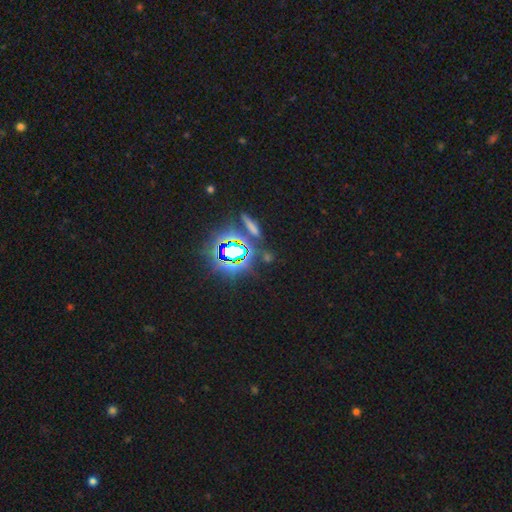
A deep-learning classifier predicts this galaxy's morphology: A star or artifact, not a galaxy (82%).

Vote fractions:
- Smooth or featured? star or artifact: 82% / smooth: 11% / featured or disk: 7%